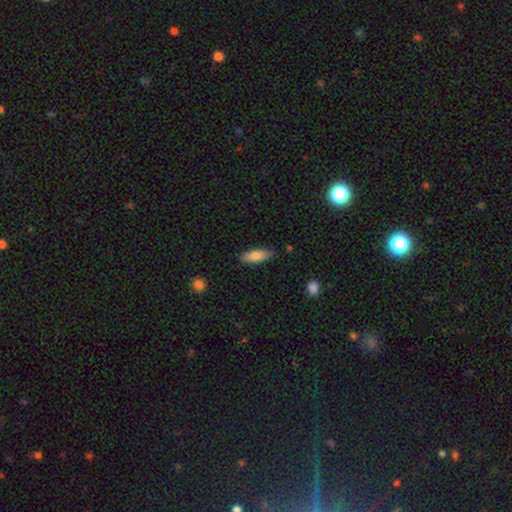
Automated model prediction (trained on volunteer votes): This is clearly a smooth galaxy (82%). How rounded: possibly in between (56%). Merging: clearly none (83%).